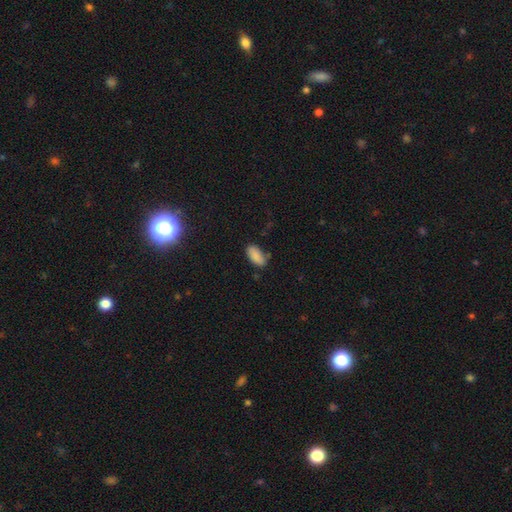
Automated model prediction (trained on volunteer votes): smooth_or_featured: smooth (p=0.87) [alt: star or artifact p=0.08]
how_rounded: in between (p=0.92) [alt: cigar-shaped p=0.05]
merging: none (p=0.72) [alt: minor disturbance p=0.21]